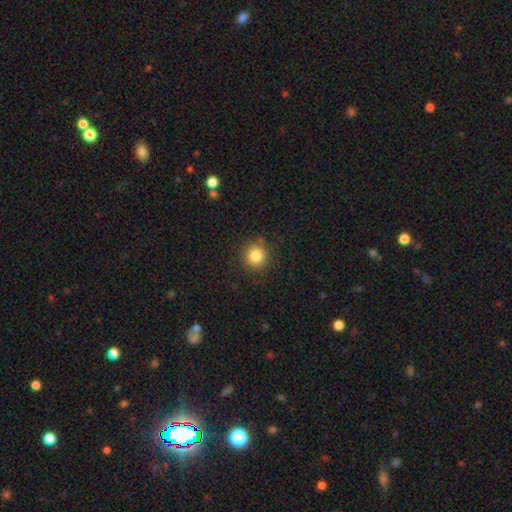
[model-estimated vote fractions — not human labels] Smooth or featured?
  - smooth: 83% *
  - star or artifact: 11%
  - featured or disk: 6%
How rounded?
  - round: 93% *
  - in between: 6%
  - cigar-shaped: 1%
Merging?
  - none: 88% *
  - minor disturbance: 8%
  - major disturbance: 2%
  - merger: 1%